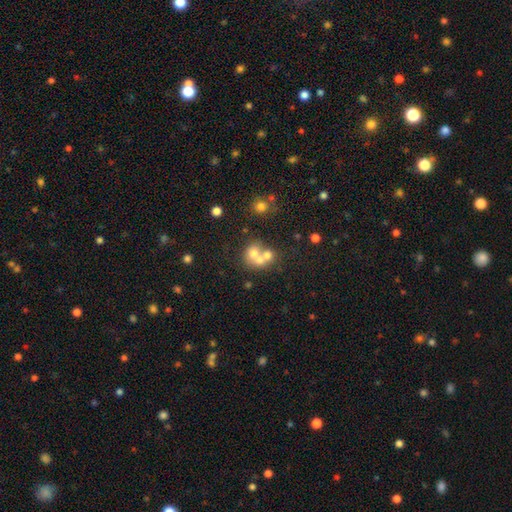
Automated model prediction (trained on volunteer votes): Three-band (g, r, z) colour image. It shows a smooth galaxy with no disk features (58%) that is round (70%). Merging: merger (58%).